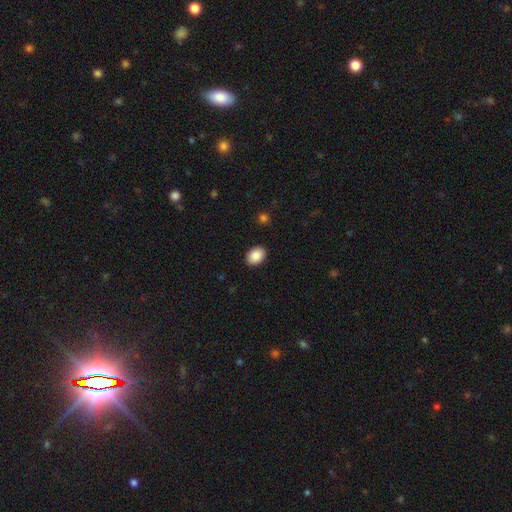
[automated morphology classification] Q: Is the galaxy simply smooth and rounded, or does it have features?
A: smooth — 88%.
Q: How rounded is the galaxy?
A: in between — 74%.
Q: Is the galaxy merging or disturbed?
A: none — 90%.